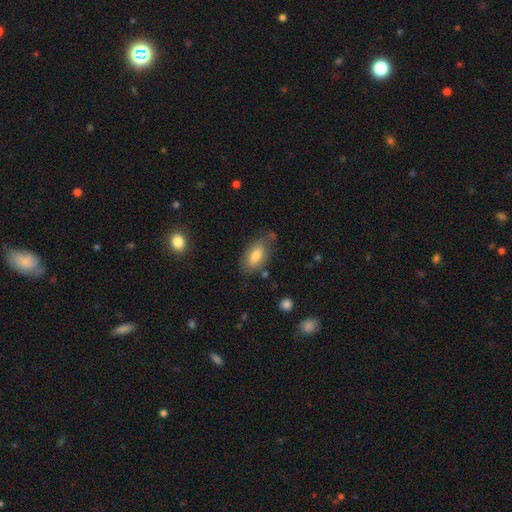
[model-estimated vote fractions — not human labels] This is likely a smooth galaxy (75%). How rounded: clearly in between (87%). Merging: likely none (68%).